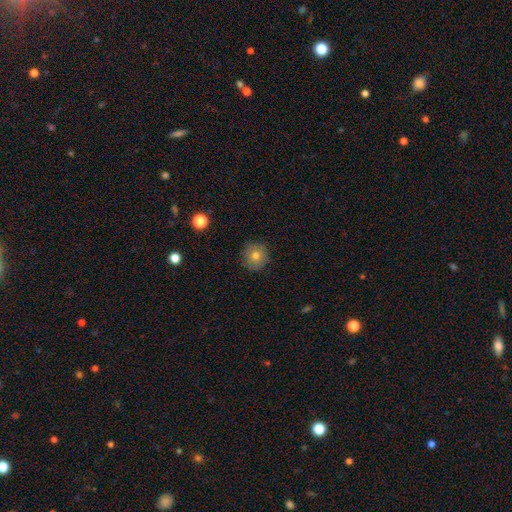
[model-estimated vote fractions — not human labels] The model was most divided on "smooth or featured": smooth: 73%, featured or disk: 16%, star or artifact: 11%. More confident: how rounded — round (94%); merging — none (88%).